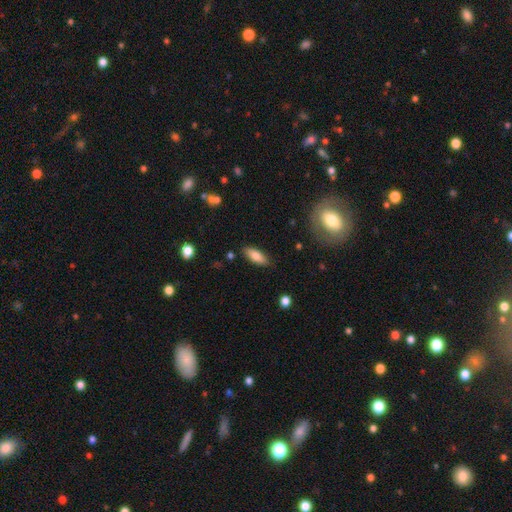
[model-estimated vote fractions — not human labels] A smooth galaxy with no disk features (81%) that is in between round and cigar-shaped (73%). Merging: none (85%).